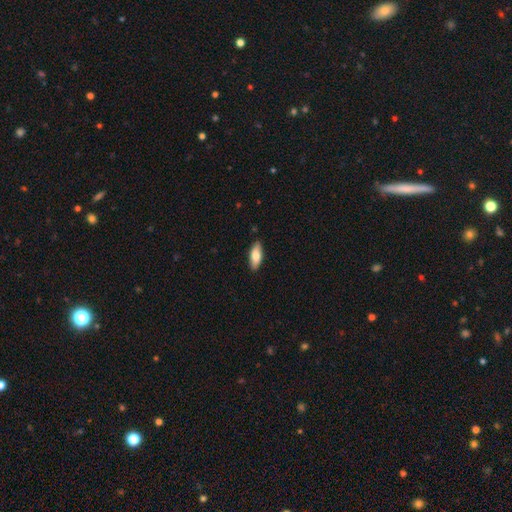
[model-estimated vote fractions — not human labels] smooth 74%, featured or disk 20%, star or artifact 6%. Down the decision tree: how rounded — in between (73%); merging — none (87%).